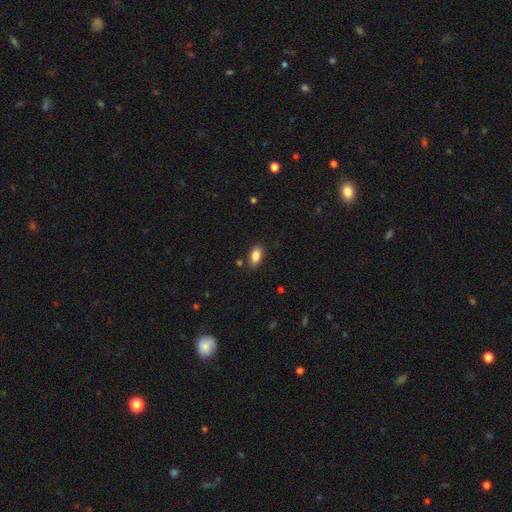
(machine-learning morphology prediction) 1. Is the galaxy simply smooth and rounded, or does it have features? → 86% smooth, 8% star or artifact, 6% featured or disk.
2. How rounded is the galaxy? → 91% in between, 6% round, 3% cigar-shaped.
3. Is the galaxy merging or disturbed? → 85% none, 10% minor disturbance, 2% major disturbance, 2% merger.